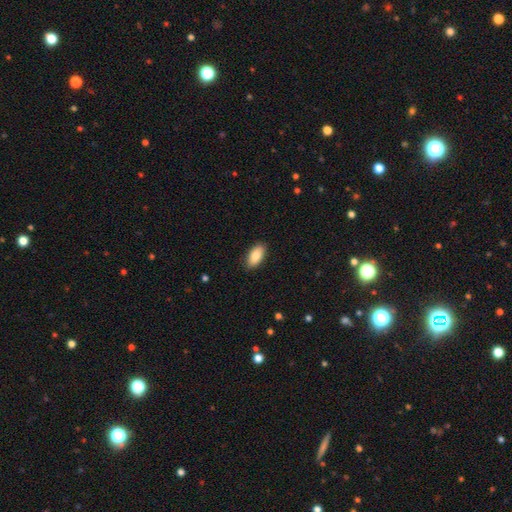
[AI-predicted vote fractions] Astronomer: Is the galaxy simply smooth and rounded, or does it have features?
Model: smooth — 86%.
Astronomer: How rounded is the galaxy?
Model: in between — 92%.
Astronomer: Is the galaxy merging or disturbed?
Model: none — 87%.